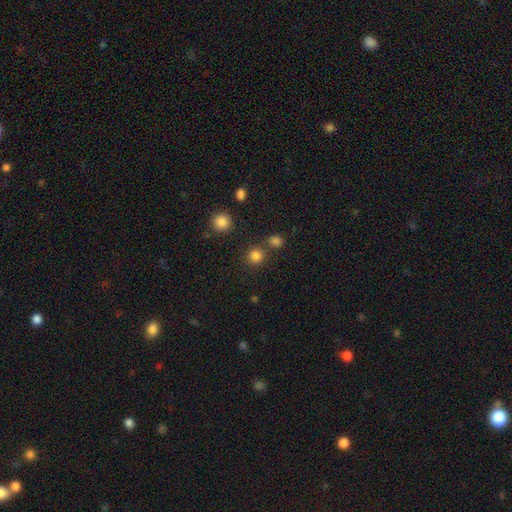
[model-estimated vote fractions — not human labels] Smooth or featured: smooth — 82% (star or artifact — 14%)
How rounded: round — 90% (in between — 10%)
Merging: none — 77% (merger — 12%)